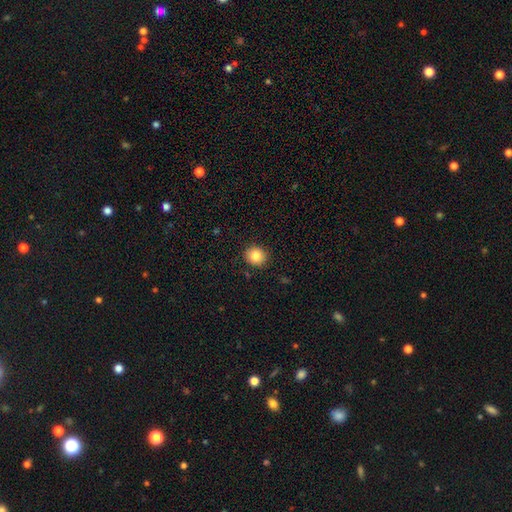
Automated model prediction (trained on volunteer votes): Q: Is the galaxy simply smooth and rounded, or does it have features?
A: smooth — 85%.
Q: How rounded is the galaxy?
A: round — 86%.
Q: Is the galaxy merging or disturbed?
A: none — 90%.